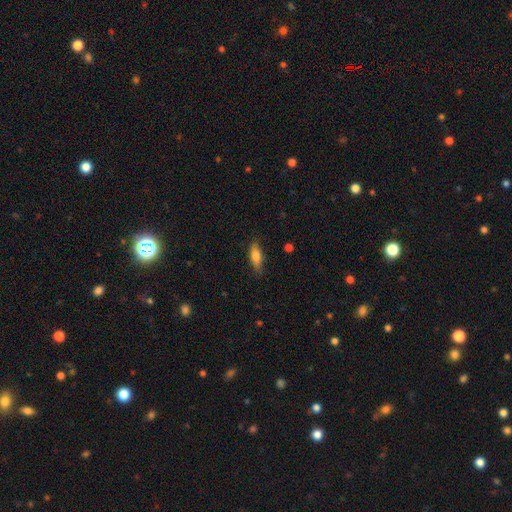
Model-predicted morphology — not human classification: Smooth or featured?
  - smooth: 75% *
  - featured or disk: 18%
  - star or artifact: 7%
How rounded?
  - in between: 58% *
  - cigar-shaped: 39%
  - round: 3%
Merging?
  - none: 80% *
  - minor disturbance: 16%
  - major disturbance: 3%
  - merger: 1%